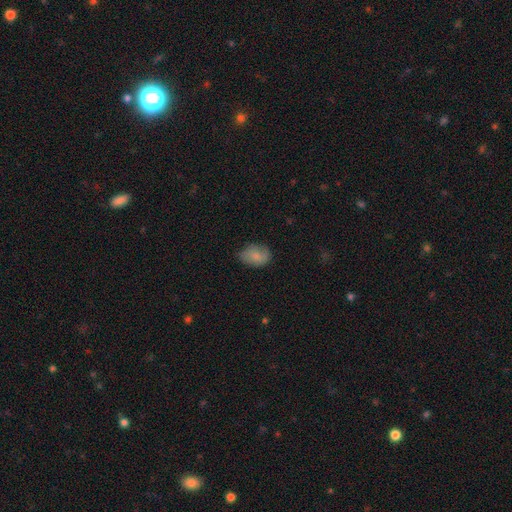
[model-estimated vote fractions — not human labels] This is likely a smooth galaxy (78%). How rounded: likely in between (72%). Merging: likely none (62%).